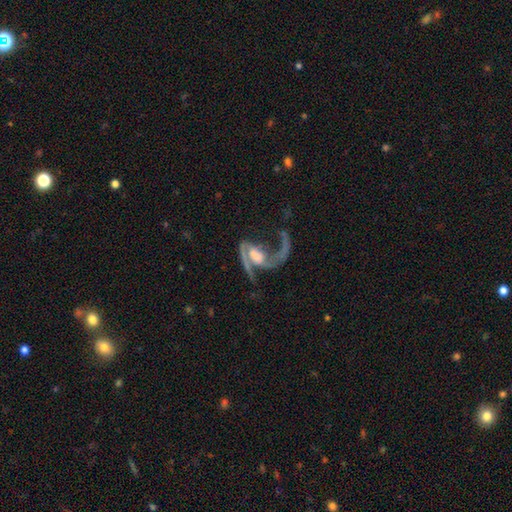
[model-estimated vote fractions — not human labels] Overall: featured or disk (85%). Edge-on disk: no (96%). Bar: no (45%; weak 36%). Spiral arms: yes (92%). Spiral arm count: 2 (68%). Spiral winding: loose (64%; medium 28%). Bulge size: moderate (35%; small 22%). Merging: major disturbance (46%; none 31%).